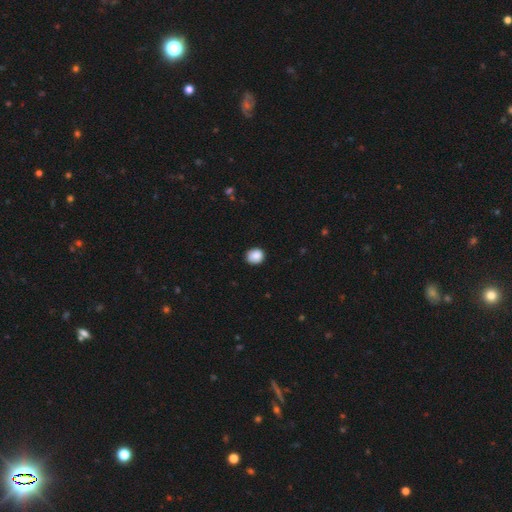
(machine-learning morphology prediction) The model was most divided on "how rounded": round: 74%, in between: 25%, cigar-shaped: 1%. More confident: smooth or featured — smooth (88%); merging — none (85%).